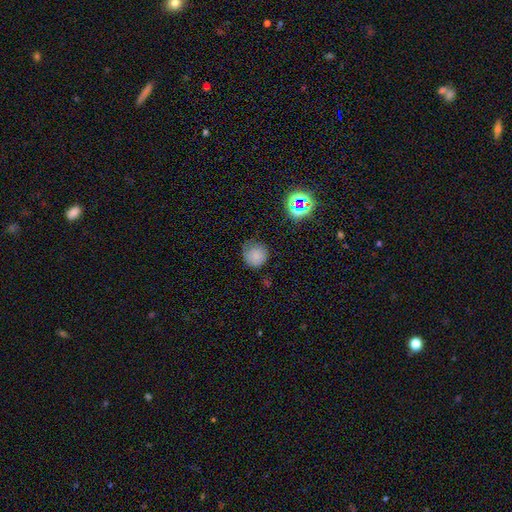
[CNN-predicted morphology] Smooth or featured?
  - smooth: 78% *
  - star or artifact: 14%
  - featured or disk: 7%
How rounded?
  - round: 92% *
  - in between: 7%
  - cigar-shaped: 1%
Merging?
  - none: 72% *
  - minor disturbance: 21%
  - major disturbance: 5%
  - merger: 2%